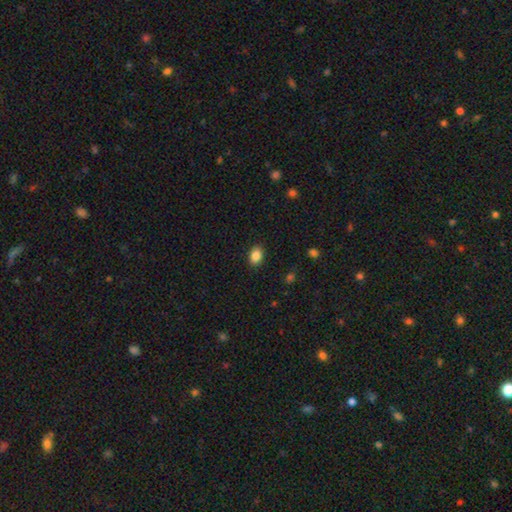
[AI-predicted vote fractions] smooth_or_featured: smooth (p=0.87) [alt: star or artifact p=0.09]
how_rounded: in between (p=0.77) [alt: round p=0.22]
merging: none (p=0.89) [alt: minor disturbance p=0.08]